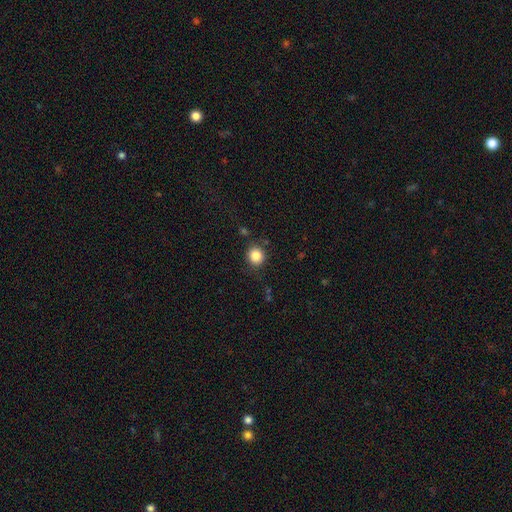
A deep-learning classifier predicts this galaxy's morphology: Smooth or featured?
  - smooth: 85% *
  - star or artifact: 10%
  - featured or disk: 5%
How rounded?
  - round: 87% *
  - in between: 12%
  - cigar-shaped: 1%
Merging?
  - none: 84% *
  - minor disturbance: 10%
  - major disturbance: 3%
  - merger: 3%